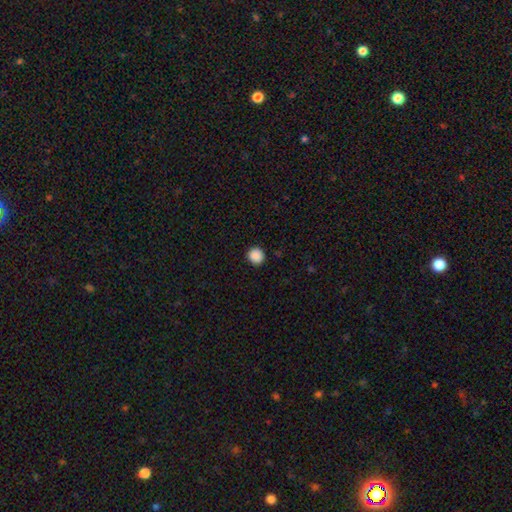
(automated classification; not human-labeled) Smooth or featured? smooth (89%)
How rounded? round (91%)
Merging? none (92%)